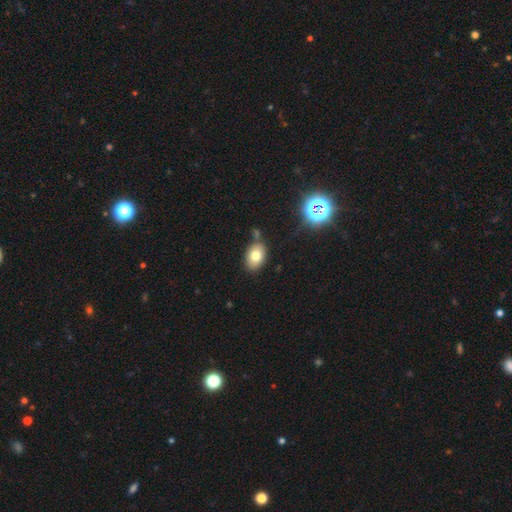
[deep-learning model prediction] Q: Smooth or featured?
A: smooth (77%); runner-up: featured or disk (13%)
Q: How rounded?
A: in between (81%); runner-up: round (17%)
Q: Merging?
A: none (75%); runner-up: minor disturbance (14%)